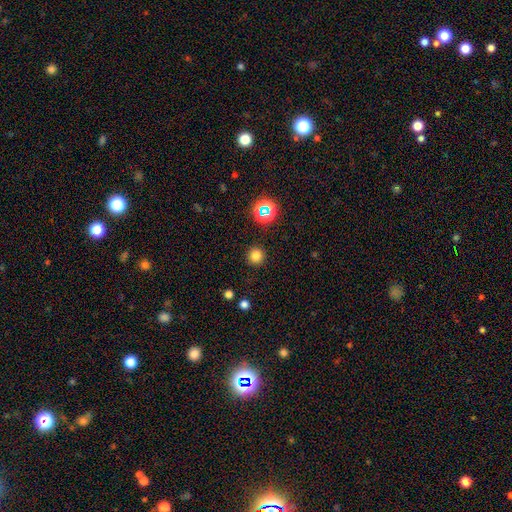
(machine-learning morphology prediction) This is likely a smooth galaxy (77%). How rounded: clearly round (95%). Merging: clearly none (91%).